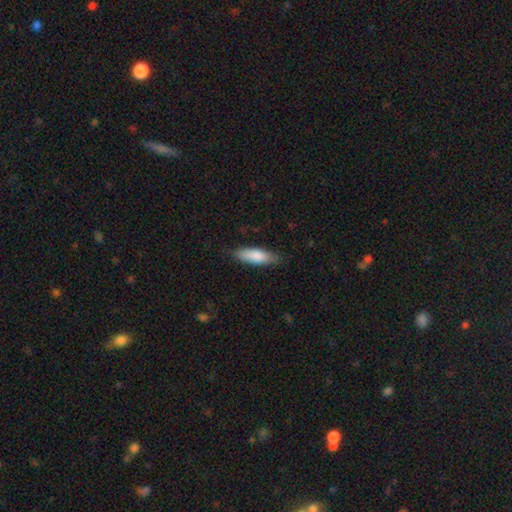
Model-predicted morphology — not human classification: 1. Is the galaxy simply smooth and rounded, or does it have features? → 82% smooth, 12% featured or disk, 5% star or artifact.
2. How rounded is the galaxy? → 53% in between, 45% cigar-shaped, 2% round.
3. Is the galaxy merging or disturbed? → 81% none, 15% minor disturbance, 3% major disturbance, 1% merger.